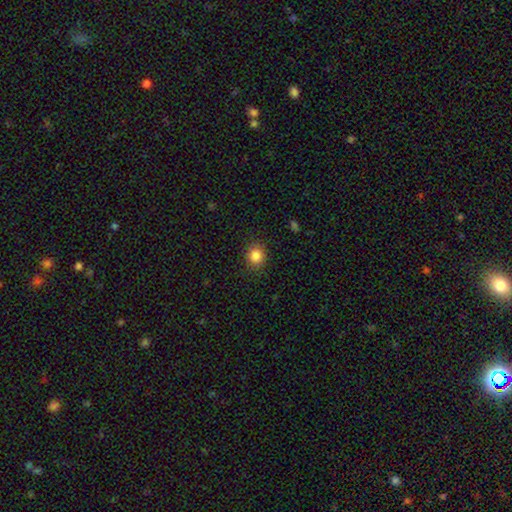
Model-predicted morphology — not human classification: type=smooth (85%); roundness=round (79%); merging=none (88%).